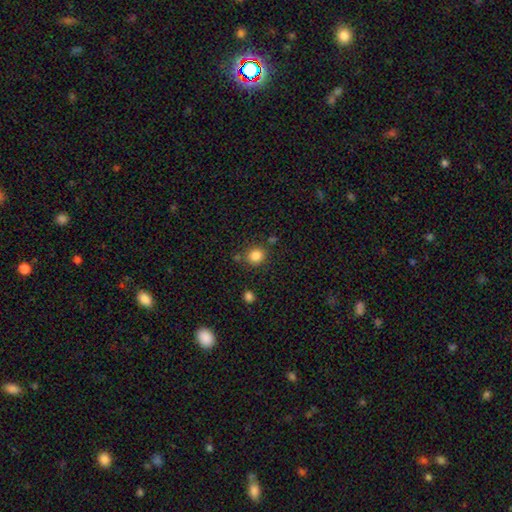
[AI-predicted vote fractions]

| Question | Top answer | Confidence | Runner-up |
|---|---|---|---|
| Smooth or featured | smooth | 84% | star or artifact (11%) |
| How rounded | round | 82% | in between (18%) |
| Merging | none | 78% | minor disturbance (11%) |